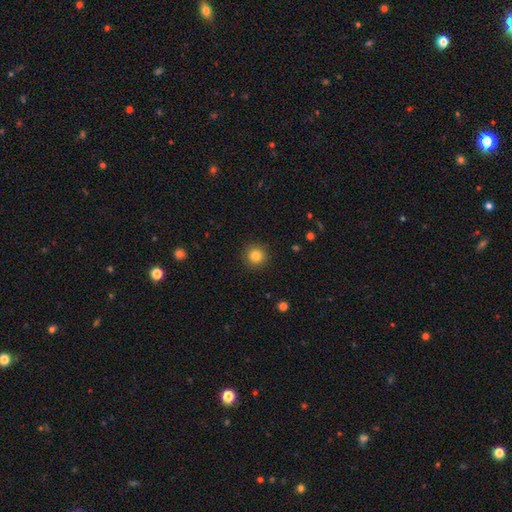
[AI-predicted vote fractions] Smooth or featured? smooth (83%)
How rounded? round (94%)
Merging? none (91%)